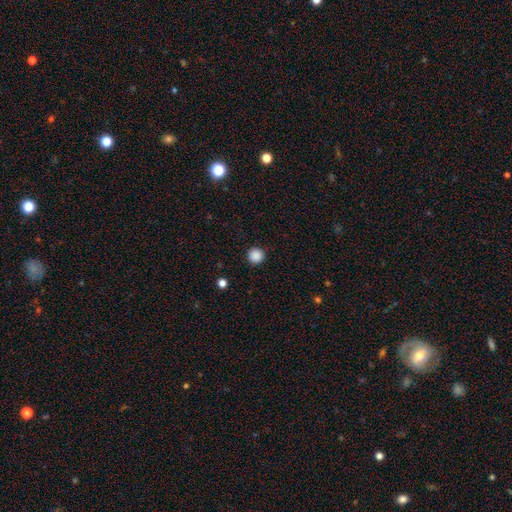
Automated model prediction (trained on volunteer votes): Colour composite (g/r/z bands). It shows a smooth galaxy with no disk features (88%) that is round (96%). Merging: none (93%).